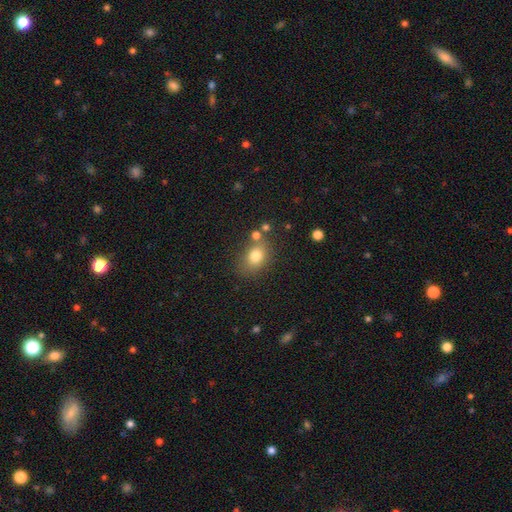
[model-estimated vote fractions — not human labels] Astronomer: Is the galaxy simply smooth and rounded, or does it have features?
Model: smooth — 78%.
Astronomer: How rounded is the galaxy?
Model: in between — 64%.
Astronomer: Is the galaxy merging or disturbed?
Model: none — 69%.